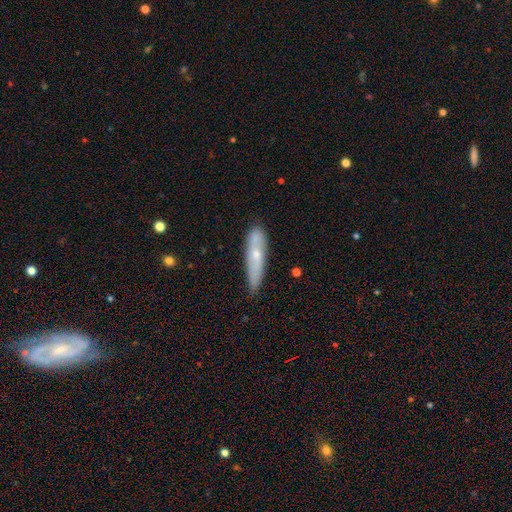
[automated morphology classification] Smooth or featured: smooth — 55% (featured or disk — 38%)
How rounded: cigar-shaped — 75% (in between — 23%)
Merging: none — 66% (minor disturbance — 25%)